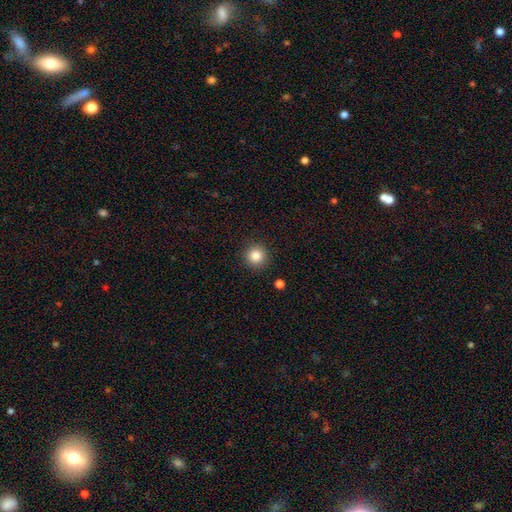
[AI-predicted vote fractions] A smooth galaxy with no disk features (85%) that is round (95%).

Vote fractions:
- Smooth or featured? smooth: 85% / star or artifact: 10% / featured or disk: 4%
- How rounded? round: 95% / in between: 5% / cigar-shaped: 1%
- Merging? none: 91% / minor disturbance: 6% / major disturbance: 2% / merger: 1%